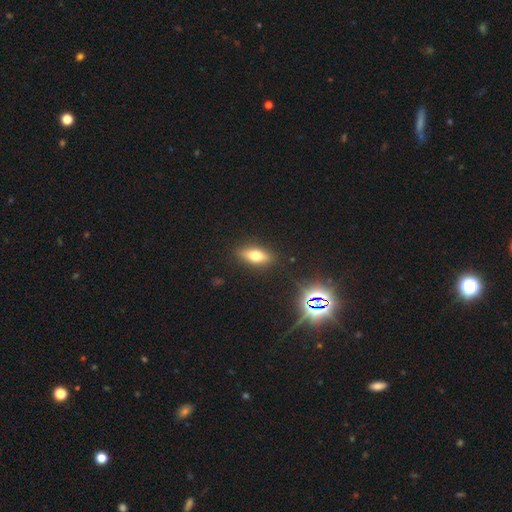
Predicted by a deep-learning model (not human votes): This is likely a smooth galaxy (62%). How rounded: likely in between (69%). Merging: clearly none (87%).